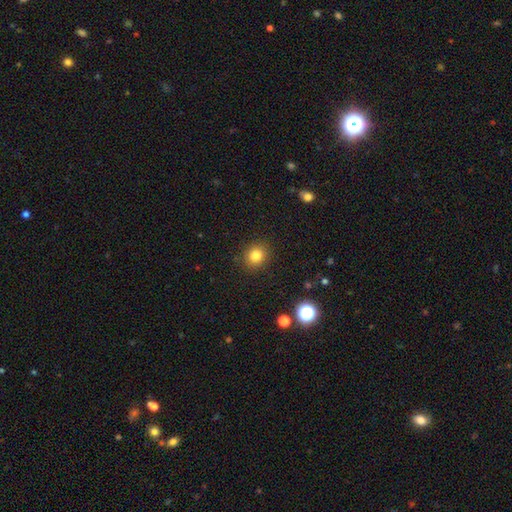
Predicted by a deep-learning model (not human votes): smooth_or_featured: smooth (p=0.81) [alt: star or artifact p=0.13]
how_rounded: round (p=0.79) [alt: in between p=0.20]
merging: none (p=0.90) [alt: minor disturbance p=0.07]